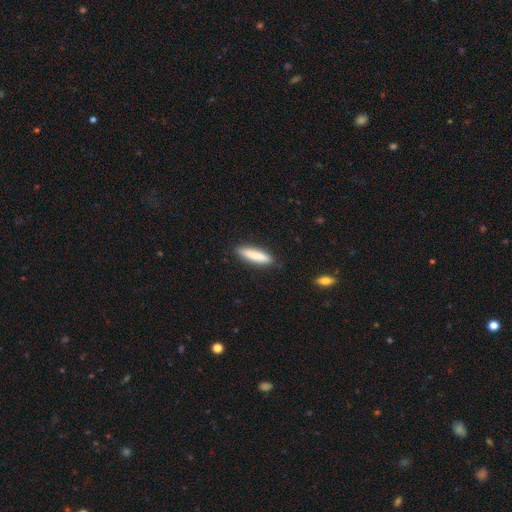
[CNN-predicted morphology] A smooth galaxy with no disk features (84%) that is cigar-shaped (78%).

Vote fractions:
- Smooth or featured? smooth: 84% / featured or disk: 10% / star or artifact: 6%
- How rounded? cigar-shaped: 78% / in between: 21% / round: 1%
- Merging? none: 88% / minor disturbance: 9% / major disturbance: 2% / merger: 1%